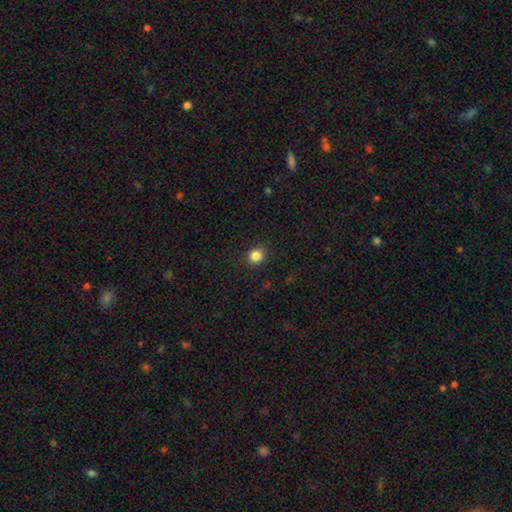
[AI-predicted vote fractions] smooth_or_featured: smooth (p=0.85) [alt: star or artifact p=0.11]
how_rounded: round (p=0.76) [alt: in between p=0.23]
merging: none (p=0.88) [alt: minor disturbance p=0.08]